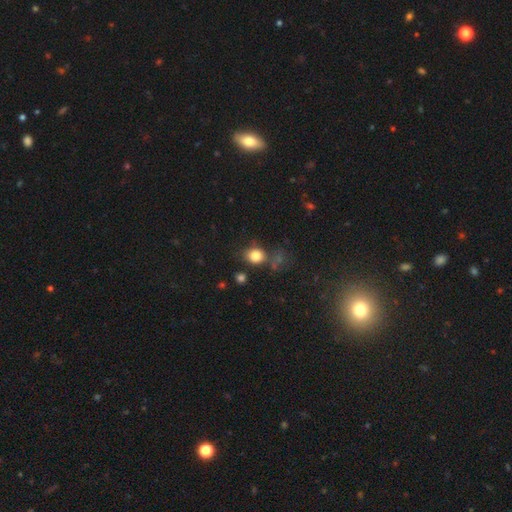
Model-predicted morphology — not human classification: This appears to be a smooth galaxy with no disk features (82%) that is round (70%). Merging: none (67%).